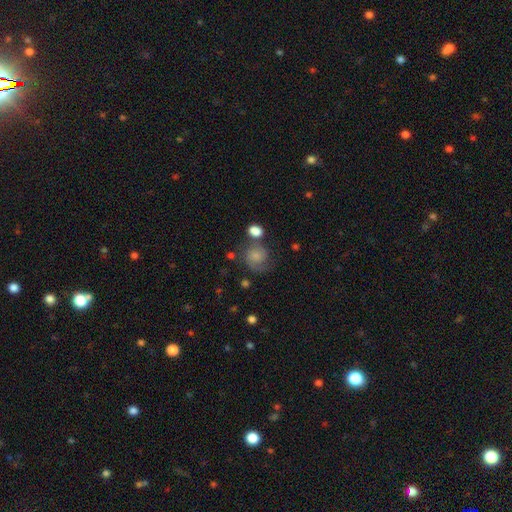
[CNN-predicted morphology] smooth-or-featured: smooth: 51% | featured or disk: 39% | star or artifact: 10%
  how-rounded: round: 75% | in between: 24% | cigar-shaped: 1%
  merging: none: 49% | minor disturbance: 23% | major disturbance: 16% | merger: 12%